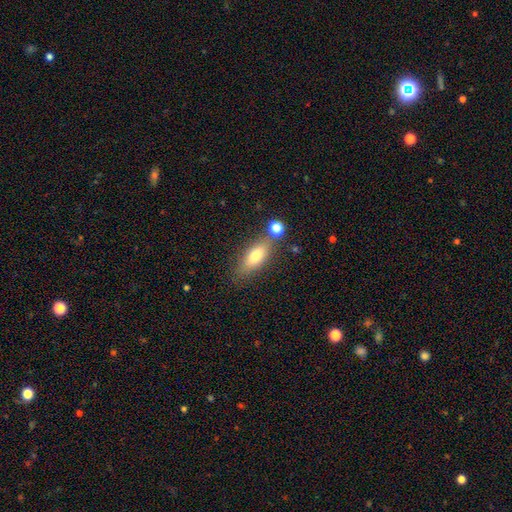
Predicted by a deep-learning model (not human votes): smooth_or_featured: smooth (p=0.72) [alt: featured or disk p=0.19]
how_rounded: in between (p=0.71) [alt: cigar-shaped p=0.24]
merging: none (p=0.68) [alt: minor disturbance p=0.15]